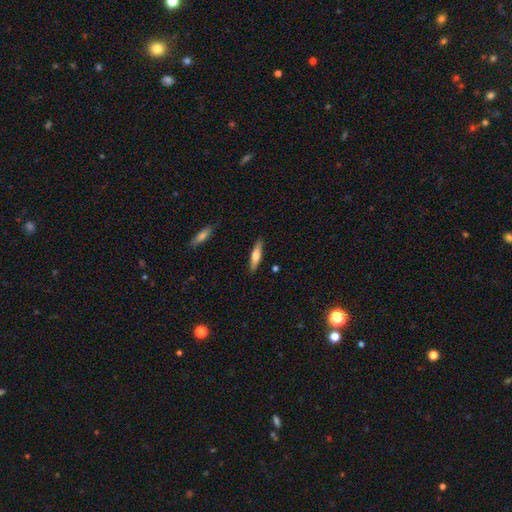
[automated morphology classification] A smooth galaxy with no disk features (63%) that is cigar-shaped (75%). Merging: none (88%).